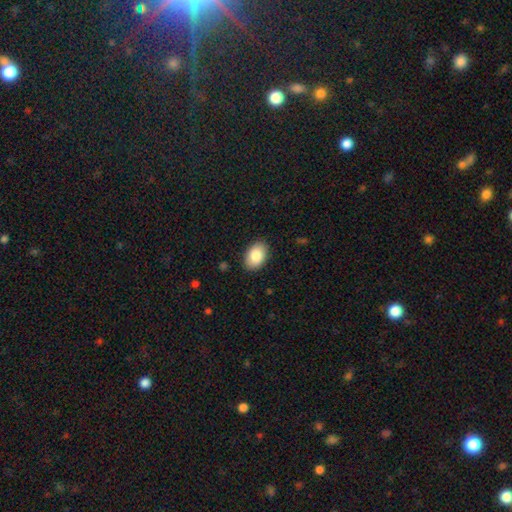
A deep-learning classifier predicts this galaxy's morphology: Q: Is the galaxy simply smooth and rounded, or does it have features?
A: smooth — 86%.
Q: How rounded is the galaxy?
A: in between — 89%.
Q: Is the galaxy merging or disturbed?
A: none — 88%.